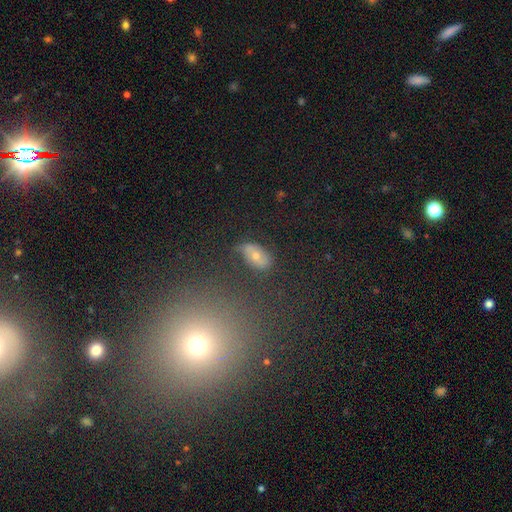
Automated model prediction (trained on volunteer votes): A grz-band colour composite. It shows a smooth galaxy with no disk features (46%). Merging: none (58%).